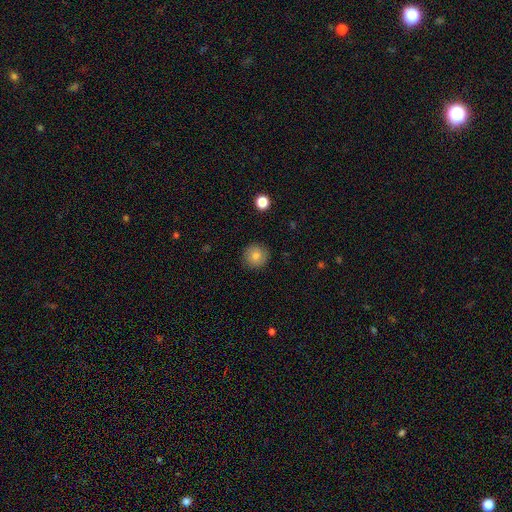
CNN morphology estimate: This appears to be a smooth galaxy with no disk features (78%) that is round (94%). Merging: none (89%).